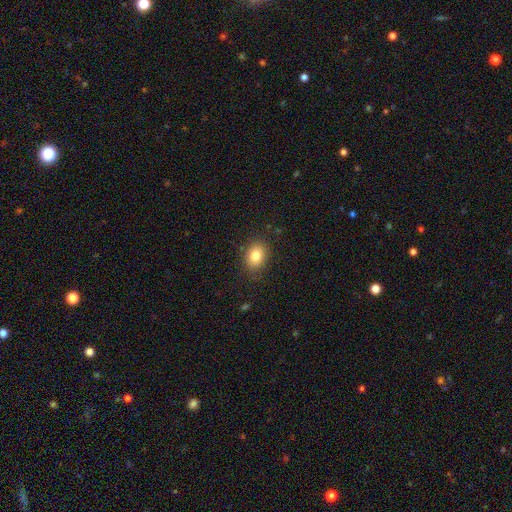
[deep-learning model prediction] Smooth or featured? Predicted: smooth (p=0.82). How rounded? Predicted: in between (p=0.64). Merging? Predicted: none (p=0.85).